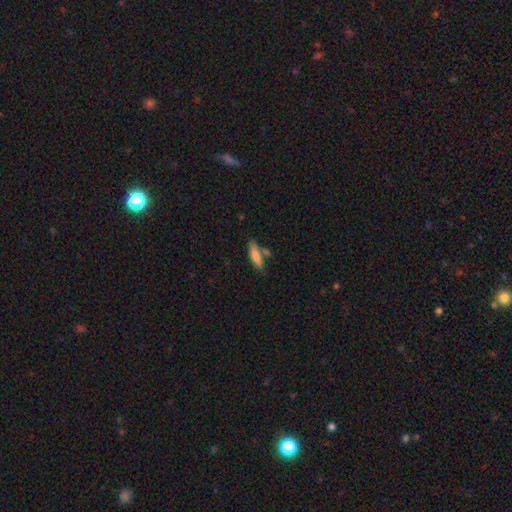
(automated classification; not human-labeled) Smooth or featured? Predicted: smooth (p=0.75). How rounded? Predicted: cigar-shaped (p=0.61). Merging? Predicted: none (p=0.66).